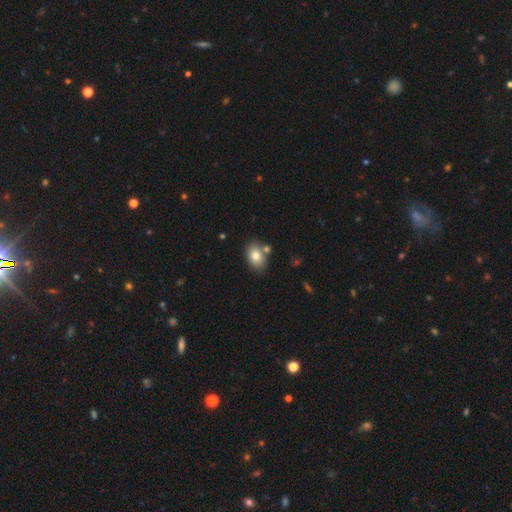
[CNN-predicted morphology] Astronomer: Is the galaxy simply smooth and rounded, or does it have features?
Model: smooth — 78%.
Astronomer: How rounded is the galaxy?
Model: in between — 78%.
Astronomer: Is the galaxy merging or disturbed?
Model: none — 72%.